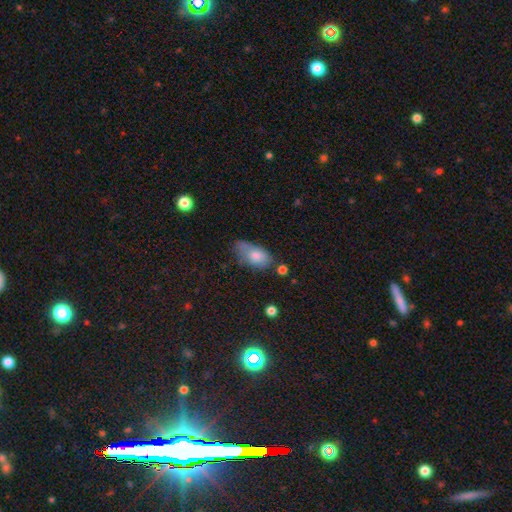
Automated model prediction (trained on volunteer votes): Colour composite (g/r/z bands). It shows a smooth galaxy with no disk features (77%) that is in between round and cigar-shaped (90%). Merging: none (41%).